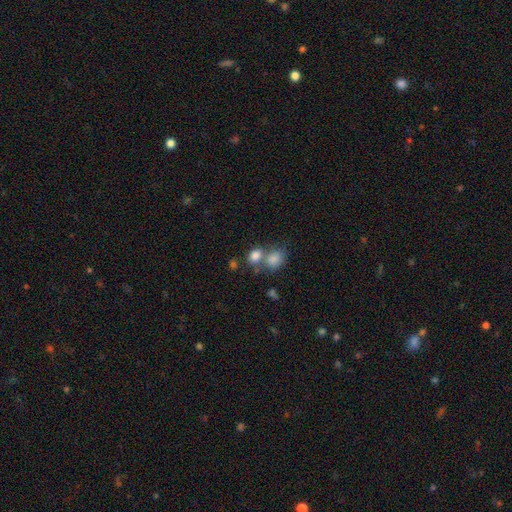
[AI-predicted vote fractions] Smooth or featured: smooth — 81% (star or artifact — 10%)
How rounded: in between — 57% (round — 42%)
Merging: merger — 44% (none — 41%)